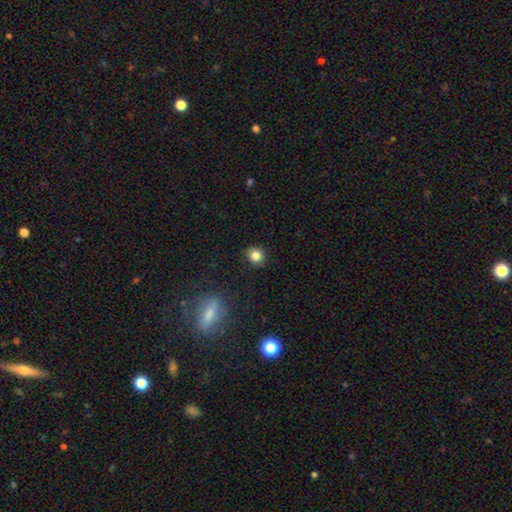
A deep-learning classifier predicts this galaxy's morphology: A smooth galaxy with no disk features (83%) that is round (80%).

Vote fractions:
- Smooth or featured? smooth: 83% / star or artifact: 12% / featured or disk: 6%
- How rounded? round: 80% / in between: 19% / cigar-shaped: 1%
- Merging? none: 88% / minor disturbance: 8% / major disturbance: 2% / merger: 1%